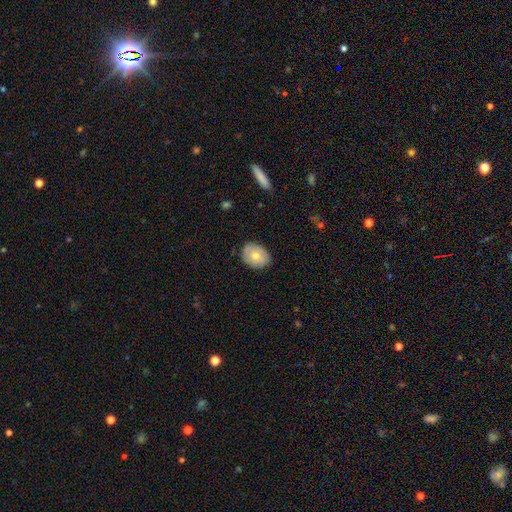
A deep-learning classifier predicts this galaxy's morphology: Smooth or featured? smooth (69%)
How rounded? in between (61%)
Merging? none (82%)